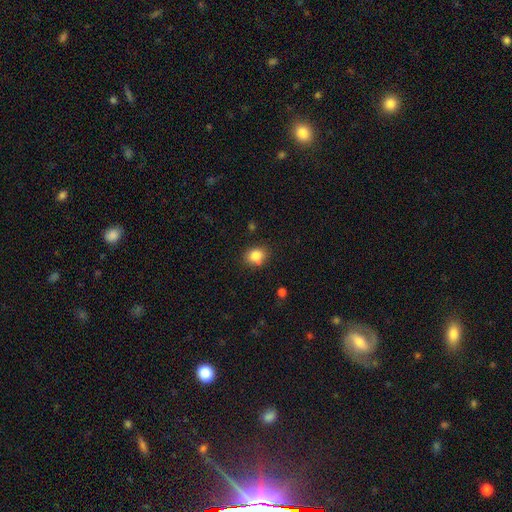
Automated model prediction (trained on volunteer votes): smooth-or-featured: smooth: 83% | star or artifact: 10% | featured or disk: 6%
  how-rounded: round: 58% | in between: 41% | cigar-shaped: 1%
  merging: none: 79% | minor disturbance: 14% | merger: 4% | major disturbance: 3%